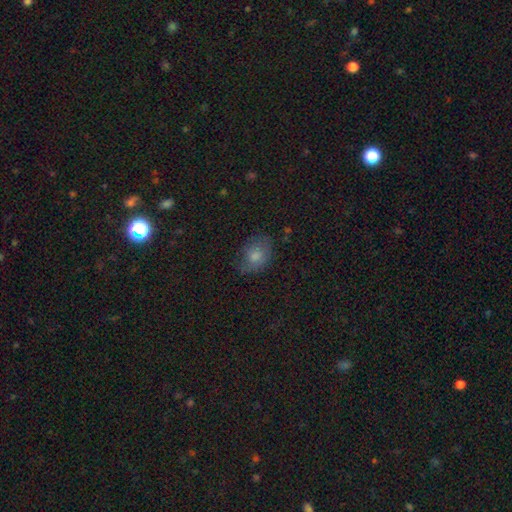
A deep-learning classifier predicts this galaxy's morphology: Overall: smooth (75%). How rounded: in between (65%; round 34%). Merging: none (61%; minor disturbance 28%).